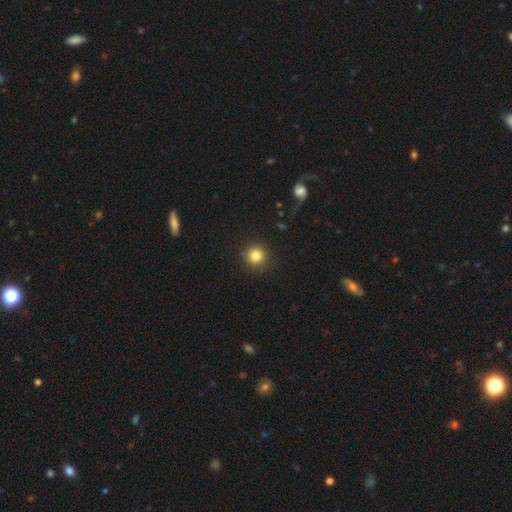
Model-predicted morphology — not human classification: A smooth galaxy with no disk features (83%) that is round (95%).

Vote fractions:
- Smooth or featured? smooth: 83% / star or artifact: 11% / featured or disk: 6%
- How rounded? round: 95% / in between: 4% / cigar-shaped: 1%
- Merging? none: 88% / minor disturbance: 7% / major disturbance: 3% / merger: 2%